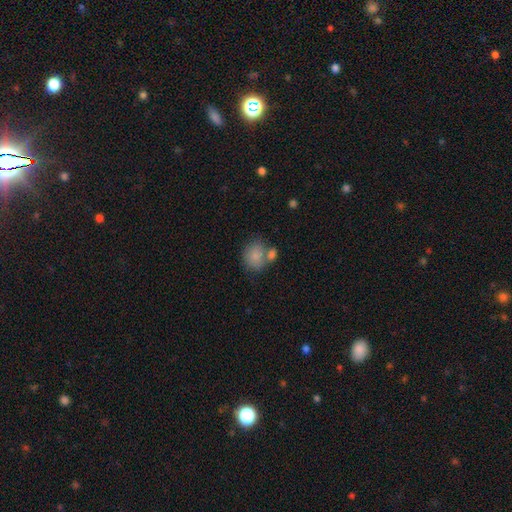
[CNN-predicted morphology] smooth-or-featured: smooth: 83% | featured or disk: 9% | star or artifact: 8%
  how-rounded: round: 57% | in between: 42% | cigar-shaped: 1%
  merging: none: 45% | merger: 34% | minor disturbance: 15% | major disturbance: 6%